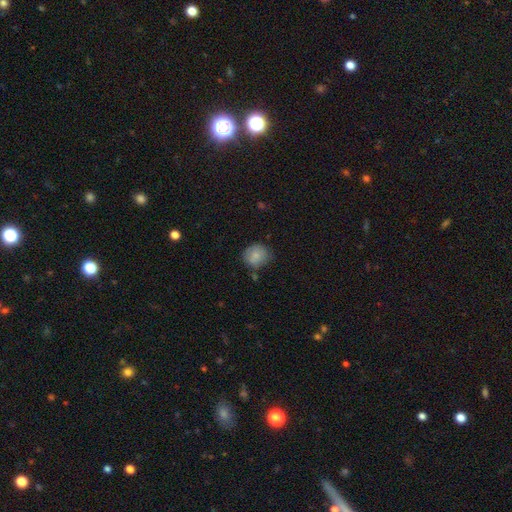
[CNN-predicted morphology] smooth 80%, featured or disk 12%, star or artifact 8%. Down the decision tree: how rounded — round (80%); merging — none (70%).